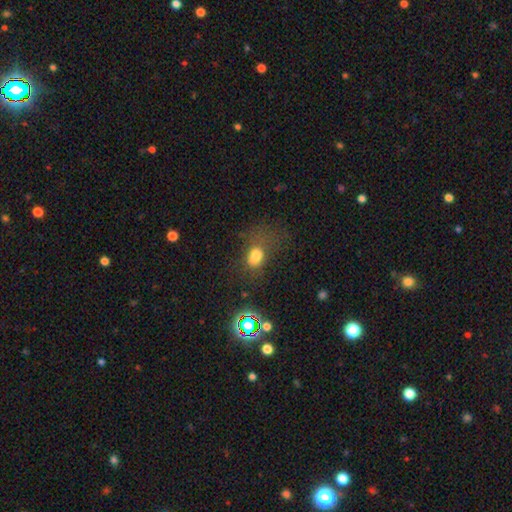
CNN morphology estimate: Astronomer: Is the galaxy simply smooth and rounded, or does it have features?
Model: smooth — 70%.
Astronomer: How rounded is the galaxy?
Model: in between — 60% (runner-up: round, 38%).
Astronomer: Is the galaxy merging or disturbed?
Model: none — 47% (runner-up: major disturbance, 27%).